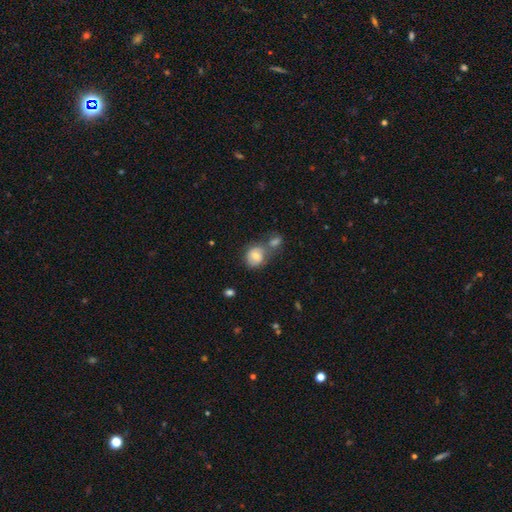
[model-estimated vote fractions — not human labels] smooth_or_featured: smooth (p=0.70) [alt: featured or disk p=0.22]
how_rounded: round (p=0.67) [alt: in between p=0.32]
merging: none (p=0.43) [alt: merger p=0.37]